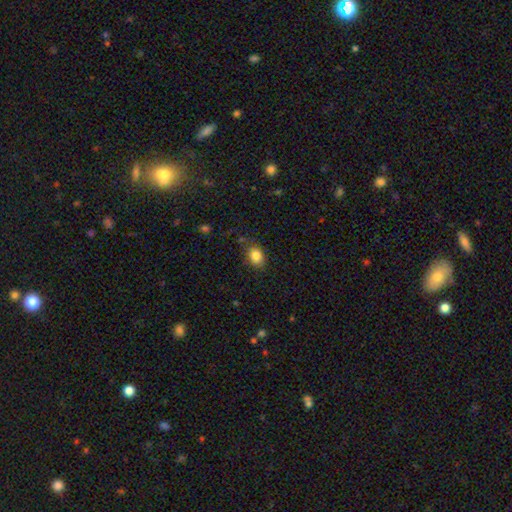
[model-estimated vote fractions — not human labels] Q: Smooth or featured?
A: smooth (85%); runner-up: star or artifact (9%)
Q: How rounded?
A: in between (68%); runner-up: round (31%)
Q: Merging?
A: none (79%); runner-up: minor disturbance (15%)